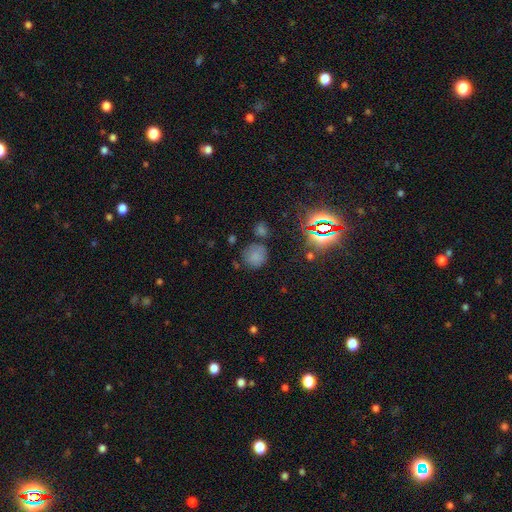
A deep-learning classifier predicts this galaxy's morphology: A smooth galaxy with no disk features (71%) that is round (85%).

Vote fractions:
- Smooth or featured? smooth: 71% / star or artifact: 21% / featured or disk: 8%
- How rounded? round: 85% / in between: 14% / cigar-shaped: 1%
- Merging? none: 68% / minor disturbance: 17% / merger: 8% / major disturbance: 6%